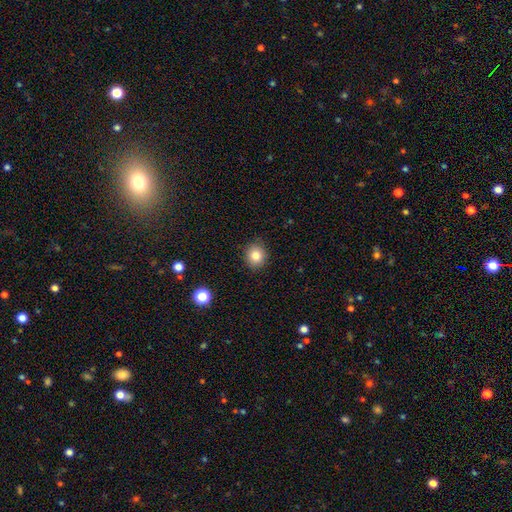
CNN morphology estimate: This is clearly a smooth galaxy (82%). How rounded: clearly round (83%). Merging: clearly none (88%).